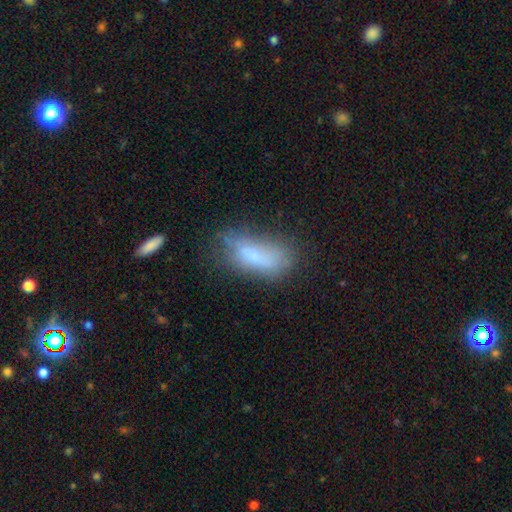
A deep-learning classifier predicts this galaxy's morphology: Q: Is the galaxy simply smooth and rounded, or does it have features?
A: smooth — 67%.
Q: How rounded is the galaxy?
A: in between — 80%.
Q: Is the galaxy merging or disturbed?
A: none — 42%.